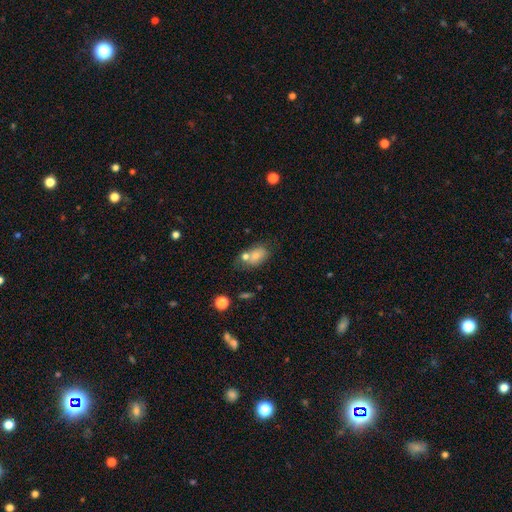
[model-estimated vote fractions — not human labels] Q: Smooth or featured?
A: smooth (73%); runner-up: featured or disk (17%)
Q: How rounded?
A: in between (80%); runner-up: round (18%)
Q: Merging?
A: none (41%); runner-up: merger (37%)